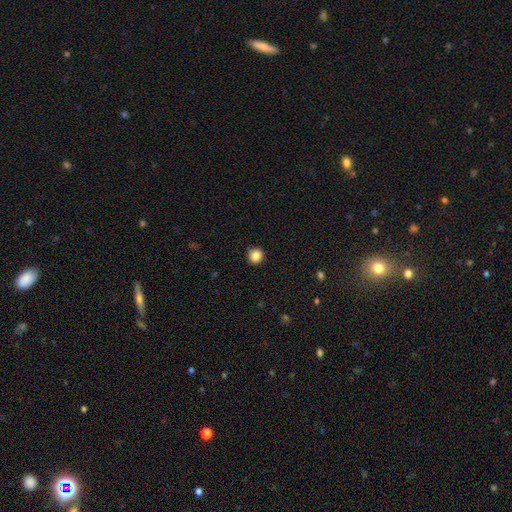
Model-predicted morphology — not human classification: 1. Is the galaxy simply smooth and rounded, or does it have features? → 85% smooth, 11% star or artifact, 4% featured or disk.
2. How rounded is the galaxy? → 91% round, 8% in between, 1% cigar-shaped.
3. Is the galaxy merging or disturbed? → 90% none, 7% minor disturbance, 2% major disturbance, 1% merger.